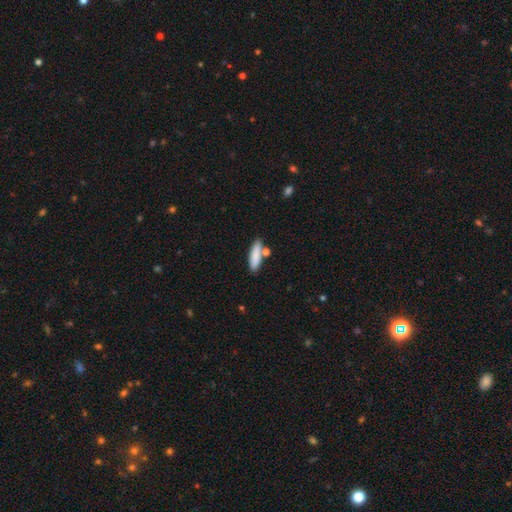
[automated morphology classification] type=smooth (84%); roundness=cigar-shaped (58%); merging=none (72%).